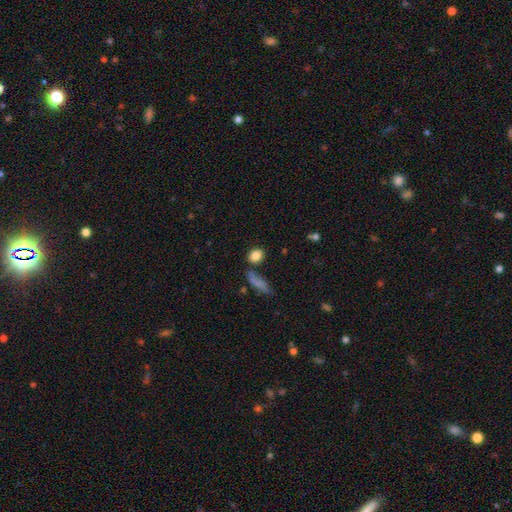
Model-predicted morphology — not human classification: Q: Smooth or featured?
A: smooth (84%); runner-up: star or artifact (9%)
Q: How rounded?
A: in between (53%); runner-up: round (42%)
Q: Merging?
A: none (70%); runner-up: minor disturbance (13%)